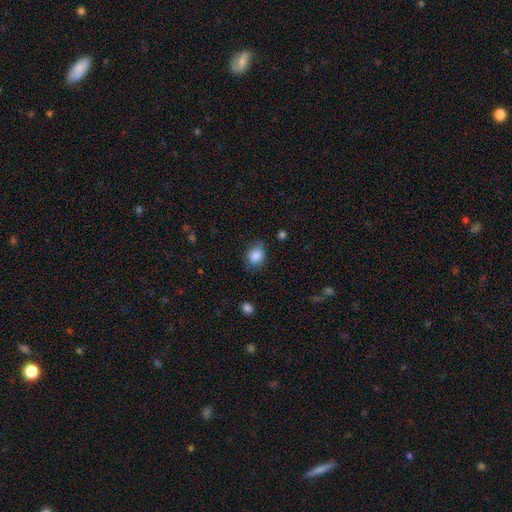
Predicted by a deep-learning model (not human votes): smooth 86%, star or artifact 8%, featured or disk 6%. Down the decision tree: how rounded — in between (59%); merging — none (72%).